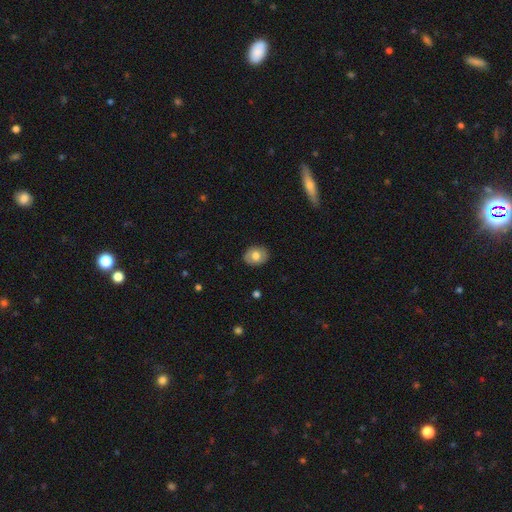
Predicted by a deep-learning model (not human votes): A smooth galaxy with no disk features (72%) that is in between round and cigar-shaped (54%).

Vote fractions:
- Smooth or featured? smooth: 72% / featured or disk: 20% / star or artifact: 7%
- How rounded? in between: 54% / round: 45% / cigar-shaped: 1%
- Merging? none: 86% / minor disturbance: 10% / major disturbance: 2% / merger: 1%